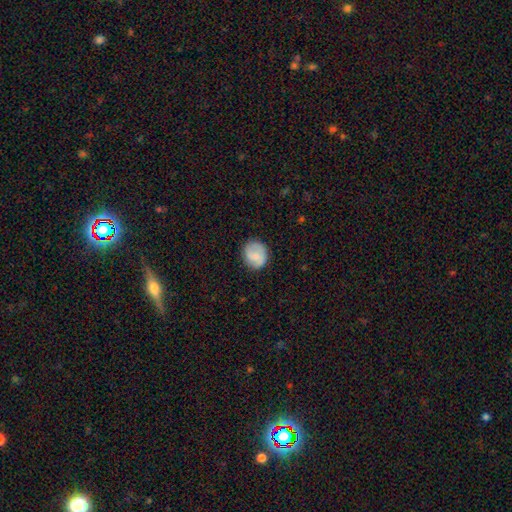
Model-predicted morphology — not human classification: A smooth galaxy with no disk features (64%) that is round (79%).

Vote fractions:
- Smooth or featured? smooth: 64% / featured or disk: 29% / star or artifact: 7%
- How rounded? round: 79% / in between: 20% / cigar-shaped: 1%
- Merging? none: 81% / minor disturbance: 14% / major disturbance: 4% / merger: 1%